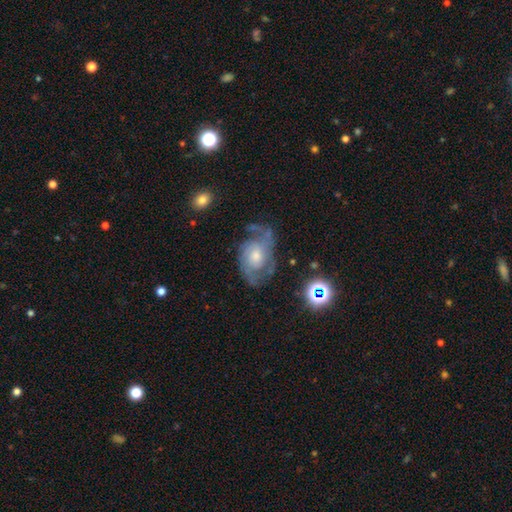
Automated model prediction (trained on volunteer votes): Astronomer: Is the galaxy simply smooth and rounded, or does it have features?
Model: featured or disk — 81%.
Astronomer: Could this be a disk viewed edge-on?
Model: no — 97%.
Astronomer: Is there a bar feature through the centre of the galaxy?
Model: no — 71%.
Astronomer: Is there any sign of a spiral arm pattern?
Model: yes — 92%.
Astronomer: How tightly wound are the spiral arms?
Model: medium — 46% (runner-up: tight, 35%).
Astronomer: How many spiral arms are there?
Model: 2 — 53%.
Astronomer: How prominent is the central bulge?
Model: moderate — 55% (runner-up: small, 31%).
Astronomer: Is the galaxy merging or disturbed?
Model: none — 59%.